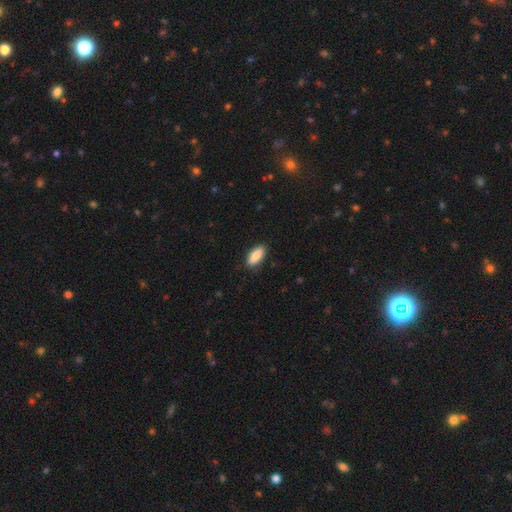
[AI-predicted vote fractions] A smooth galaxy with no disk features (88%) that is in between round and cigar-shaped (86%).

Vote fractions:
- Smooth or featured? smooth: 88% / star or artifact: 6% / featured or disk: 6%
- How rounded? in between: 86% / cigar-shaped: 12% / round: 2%
- Merging? none: 87% / minor disturbance: 10% / major disturbance: 2% / merger: 1%